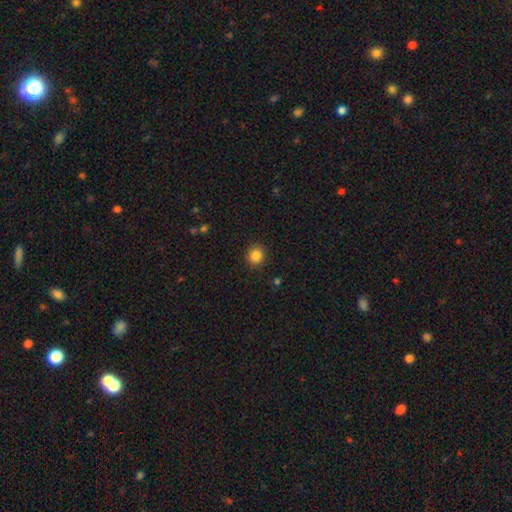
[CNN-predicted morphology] smooth-or-featured: smooth: 85% | star or artifact: 11% | featured or disk: 4%
  how-rounded: round: 87% | in between: 12% | cigar-shaped: 1%
  merging: none: 90% | minor disturbance: 7% | major disturbance: 2% | merger: 1%